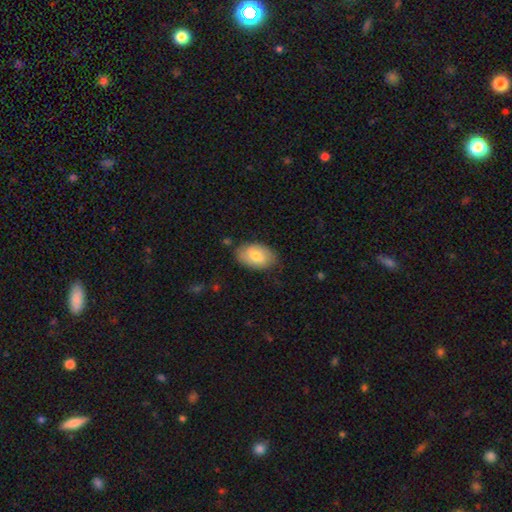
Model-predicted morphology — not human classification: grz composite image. It shows a smooth galaxy with no disk features (73%) that is in between round and cigar-shaped (92%). Merging: none (77%).